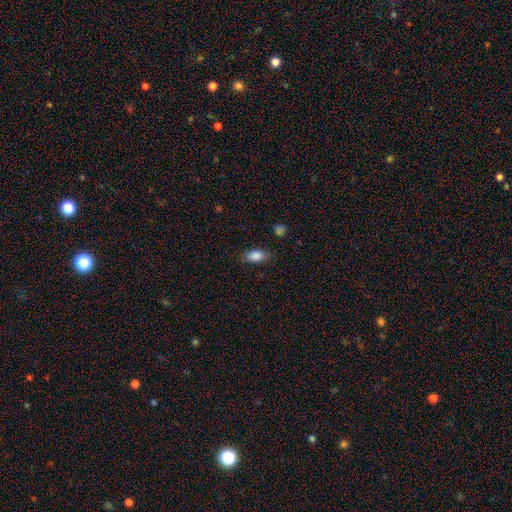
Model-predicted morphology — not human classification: This is clearly a smooth galaxy (86%). How rounded: clearly in between (87%). Merging: clearly none (82%).